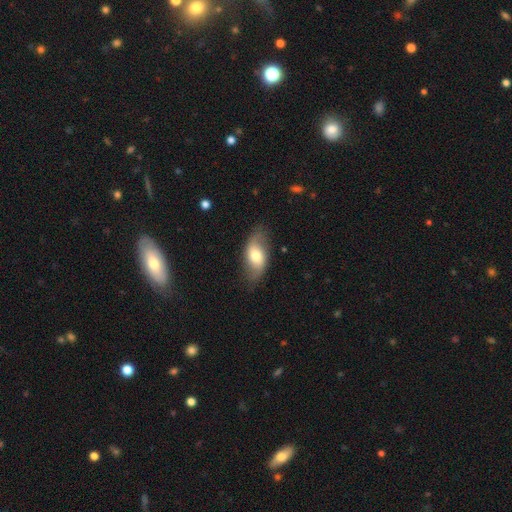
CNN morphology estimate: Q: Smooth or featured?
A: smooth (52%); runner-up: featured or disk (41%)
Q: How rounded?
A: in between (89%); runner-up: round (6%)
Q: Merging?
A: none (74%); runner-up: minor disturbance (19%)